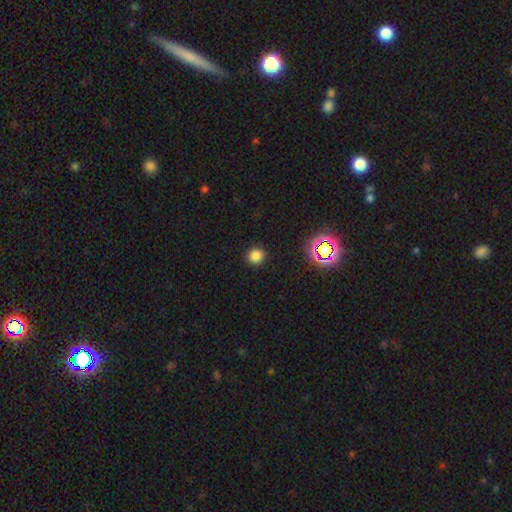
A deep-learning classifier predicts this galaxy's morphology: The model was most divided on "smooth or featured": smooth: 79%, star or artifact: 17%, featured or disk: 4%. More confident: how rounded — round (92%); merging — none (91%).